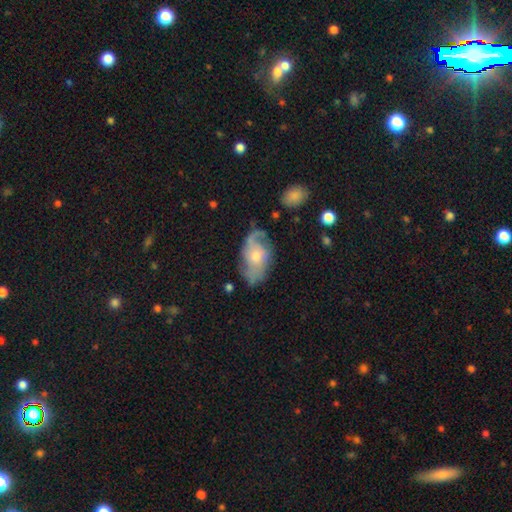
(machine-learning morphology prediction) featured or disk 72%, smooth 21%, star or artifact 7%. Down the decision tree: edge-on disk — no (95%); bar — no (71%); spiral arms — yes (88%); spiral arm count — 2 (55%); spiral winding — medium (42%); bulge size — moderate (54%); merging — none (61%).